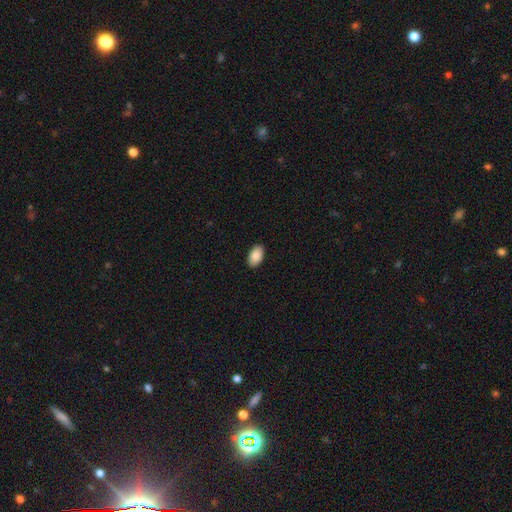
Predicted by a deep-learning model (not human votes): Q: Smooth or featured?
A: smooth (88%); runner-up: star or artifact (7%)
Q: How rounded?
A: in between (95%); runner-up: round (4%)
Q: Merging?
A: none (91%); runner-up: minor disturbance (7%)